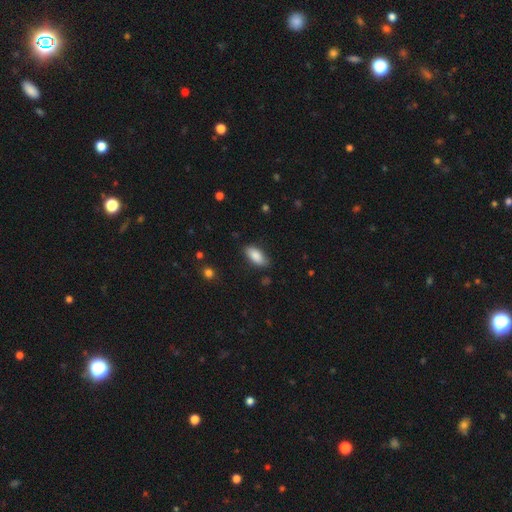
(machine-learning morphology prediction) This is clearly a smooth galaxy (86%). How rounded: clearly in between (88%). Merging: clearly none (82%).